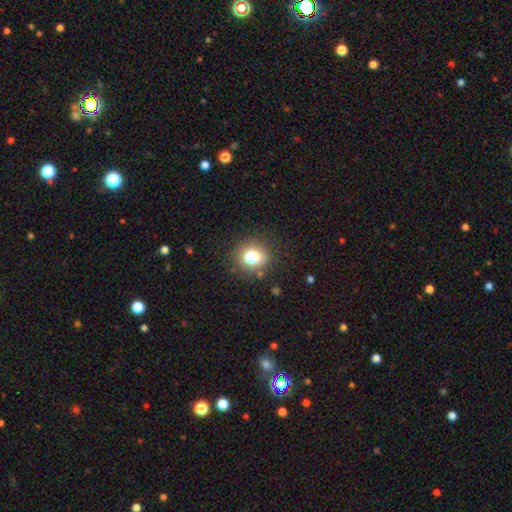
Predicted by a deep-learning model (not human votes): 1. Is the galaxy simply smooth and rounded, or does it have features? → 75% smooth, 15% star or artifact, 11% featured or disk.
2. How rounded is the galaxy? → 79% round, 20% in between, 1% cigar-shaped.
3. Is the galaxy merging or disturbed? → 82% none, 10% minor disturbance, 4% major disturbance, 4% merger.